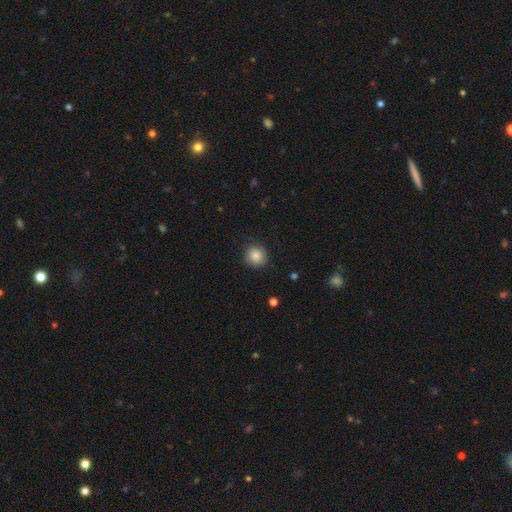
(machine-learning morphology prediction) Smooth or featured? Predicted: smooth (p=0.86). How rounded? Predicted: round (p=0.89). Merging? Predicted: none (p=0.83).